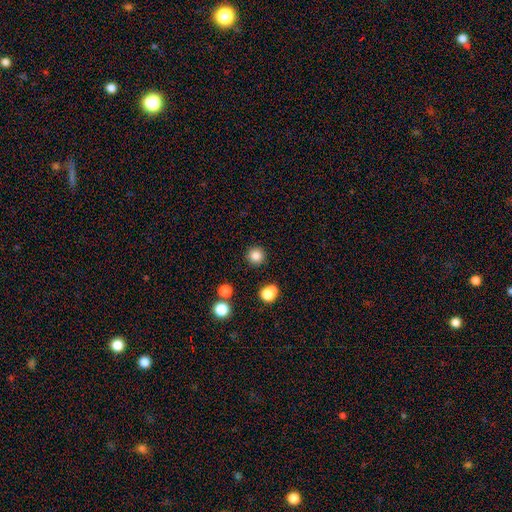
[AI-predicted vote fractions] Smooth or featured: smooth — 84% (star or artifact — 12%)
How rounded: round — 95% (in between — 4%)
Merging: none — 90% (minor disturbance — 5%)